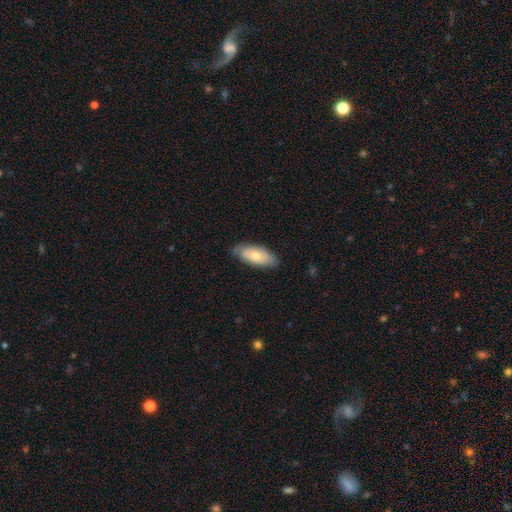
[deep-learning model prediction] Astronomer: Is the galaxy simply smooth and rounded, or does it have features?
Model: smooth — 67%.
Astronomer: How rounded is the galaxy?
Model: in between — 85%.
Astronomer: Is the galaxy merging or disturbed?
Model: none — 75%.